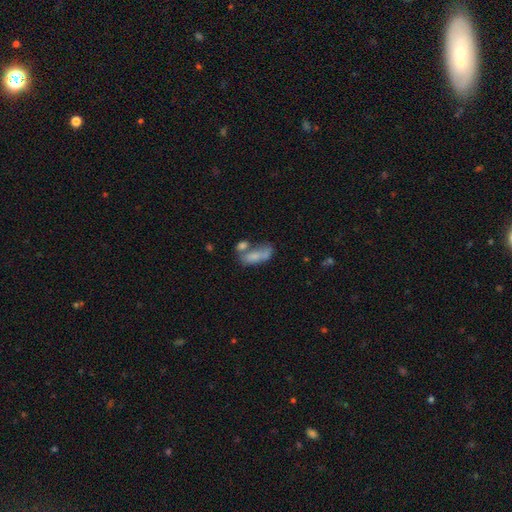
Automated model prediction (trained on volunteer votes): Overall: smooth (63%; featured or disk 27%). How rounded: in between (79%). Merging: merger (44%; none 24%).